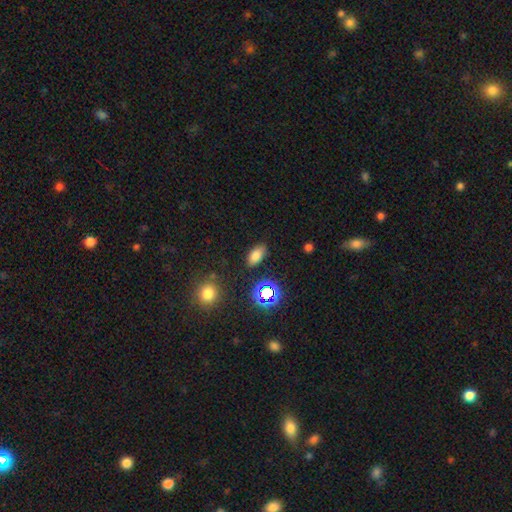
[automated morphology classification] Smooth or featured: smooth — 73% (star or artifact — 20%)
How rounded: in between — 89% (round — 6%)
Merging: none — 84% (minor disturbance — 11%)